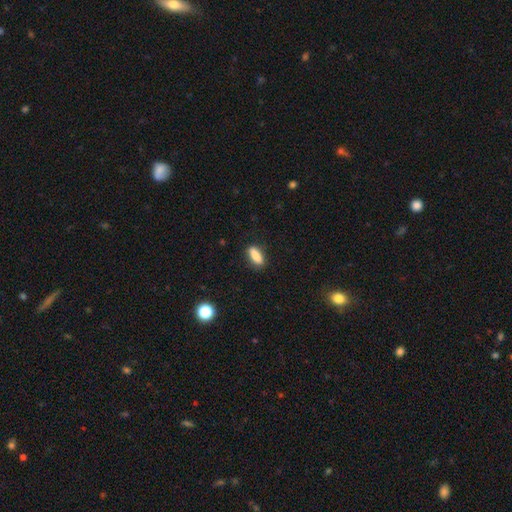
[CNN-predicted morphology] Q: Smooth or featured?
A: smooth (80%); runner-up: featured or disk (12%)
Q: How rounded?
A: in between (63%); runner-up: cigar-shaped (33%)
Q: Merging?
A: none (86%); runner-up: minor disturbance (11%)